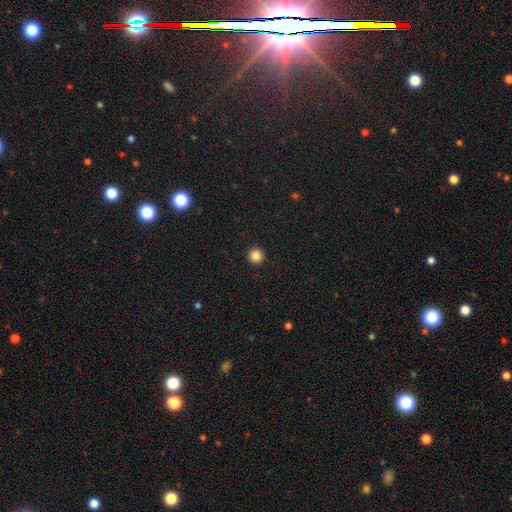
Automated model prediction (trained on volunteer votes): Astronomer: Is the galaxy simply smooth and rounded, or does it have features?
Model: smooth — 85%.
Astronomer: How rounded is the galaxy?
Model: round — 96%.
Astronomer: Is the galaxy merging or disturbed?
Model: none — 94%.